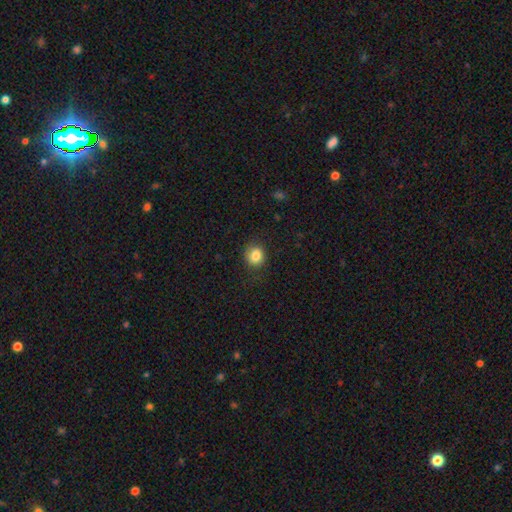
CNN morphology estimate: Smooth or featured?
  - smooth: 84% *
  - star or artifact: 10%
  - featured or disk: 6%
How rounded?
  - round: 78% *
  - in between: 21%
  - cigar-shaped: 1%
Merging?
  - none: 83% *
  - minor disturbance: 12%
  - major disturbance: 4%
  - merger: 1%